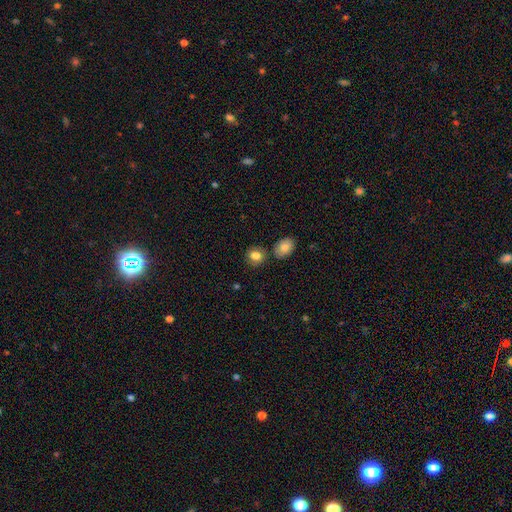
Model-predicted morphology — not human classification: Smooth or featured? smooth (83%)
How rounded? round (66%)
Merging? none (76%)